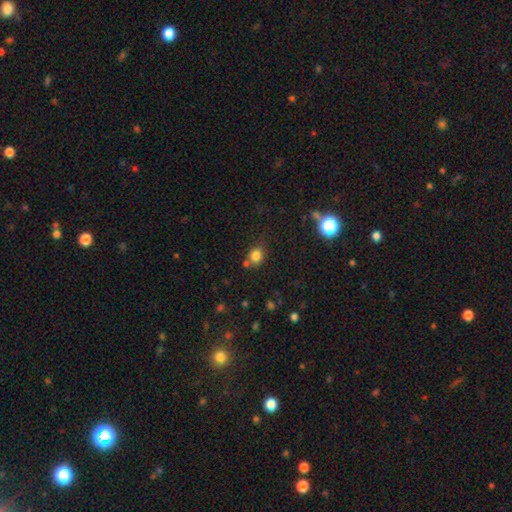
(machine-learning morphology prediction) A smooth galaxy with no disk features (80%) that is round (67%). Merging: none (68%).